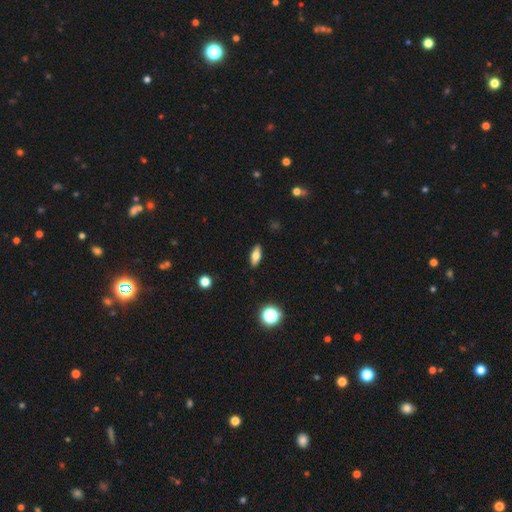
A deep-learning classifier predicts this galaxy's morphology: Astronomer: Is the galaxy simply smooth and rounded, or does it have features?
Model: smooth — 68%.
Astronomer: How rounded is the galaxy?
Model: in between — 74%.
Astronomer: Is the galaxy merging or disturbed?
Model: none — 89%.